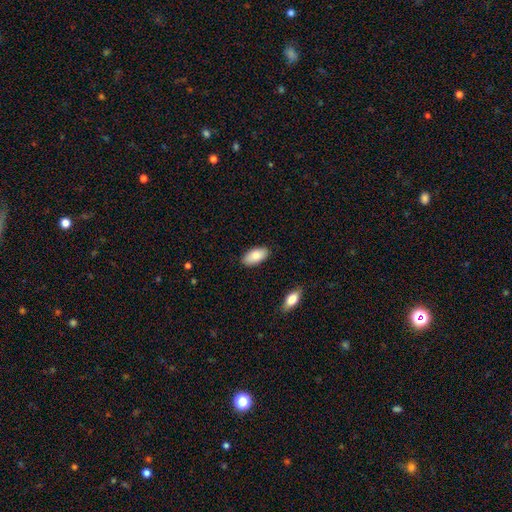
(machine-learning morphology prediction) Smooth or featured? smooth (84%)
How rounded? in between (93%)
Merging? none (87%)